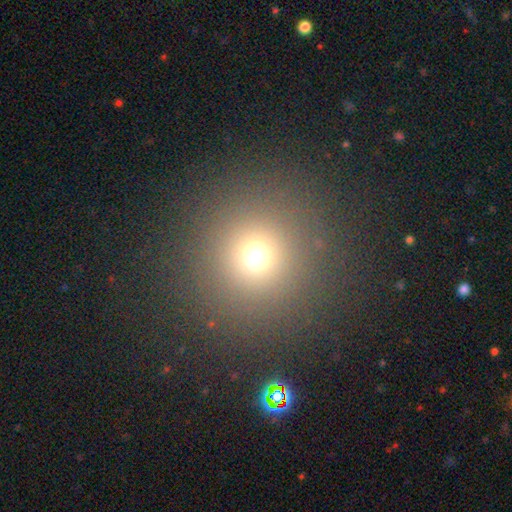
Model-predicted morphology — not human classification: smooth 68%, star or artifact 23%, featured or disk 8%. Down the decision tree: how rounded — round (94%); merging — none (88%).